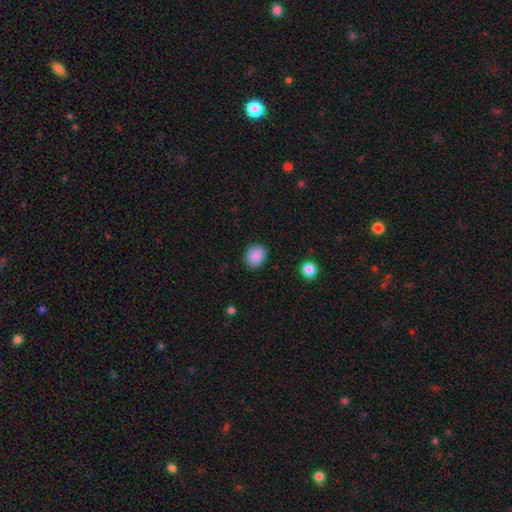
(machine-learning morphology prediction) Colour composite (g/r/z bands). It shows a smooth galaxy with no disk features (89%) that is round (69%). Merging: none (88%).